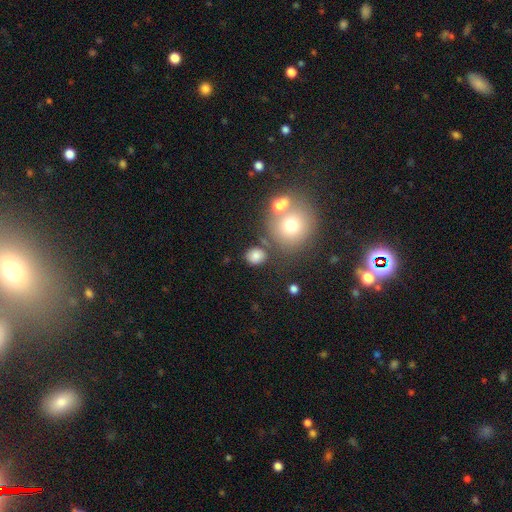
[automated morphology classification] A smooth galaxy with no disk features (79%) that is round (73%). Merging: none (74%).